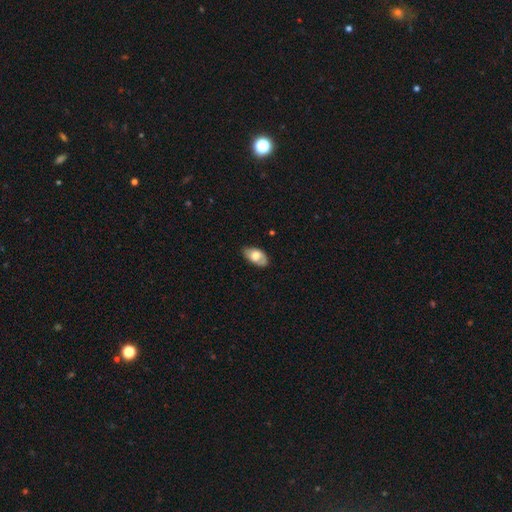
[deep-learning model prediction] Morphology: type=smooth (66%); roundness=in between (93%); merging=none (68%).